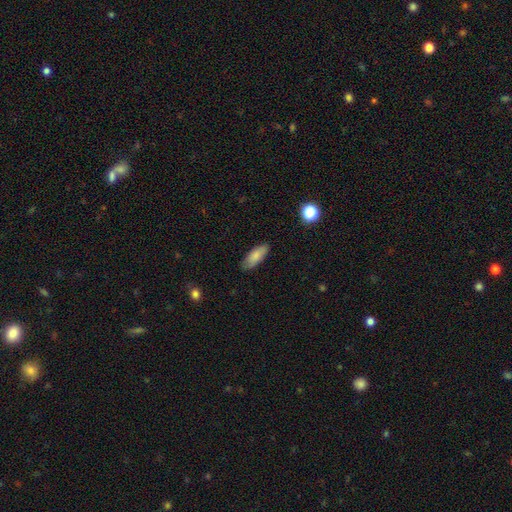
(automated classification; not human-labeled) A smooth galaxy with no disk features (83%) that is in between round and cigar-shaped (73%).

Vote fractions:
- Smooth or featured? smooth: 83% / featured or disk: 11% / star or artifact: 7%
- How rounded? in between: 73% / cigar-shaped: 25% / round: 2%
- Merging? none: 84% / minor disturbance: 13% / major disturbance: 2% / merger: 1%